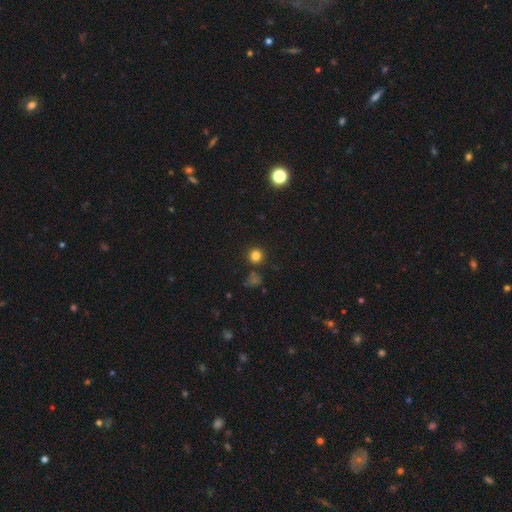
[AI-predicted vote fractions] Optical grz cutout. It shows a smooth galaxy with no disk features (80%) that is round (94%). Merging: none (86%).